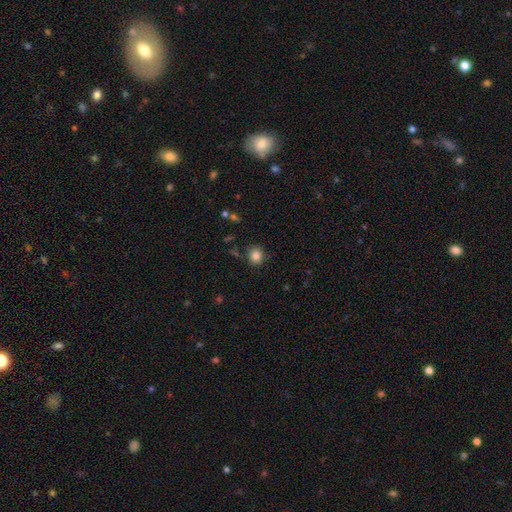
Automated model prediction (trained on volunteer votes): smooth_or_featured: smooth (p=0.84) [alt: star or artifact p=0.11]
how_rounded: round (p=0.85) [alt: in between p=0.14]
merging: none (p=0.83) [alt: minor disturbance p=0.11]